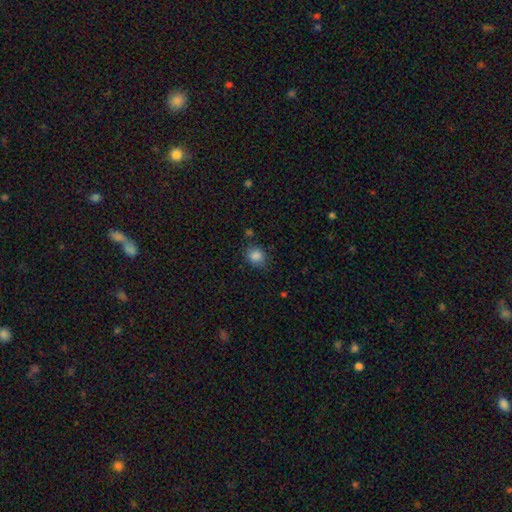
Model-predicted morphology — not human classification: The model was most divided on "how rounded": round: 61%, in between: 38%, cigar-shaped: 1%. More confident: smooth or featured — smooth (86%); merging — none (79%).